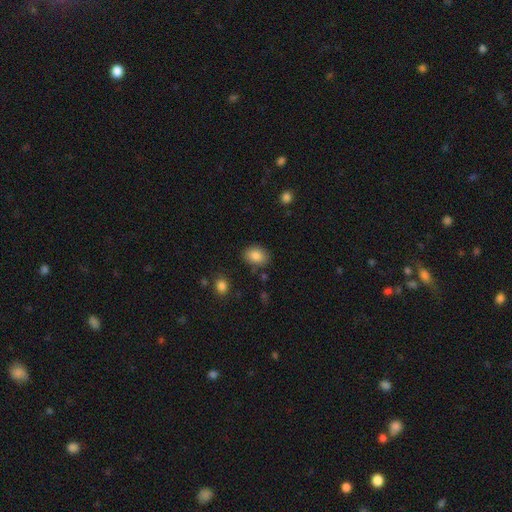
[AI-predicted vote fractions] This is clearly a smooth galaxy (84%). How rounded: likely in between (73%). Merging: clearly none (82%).